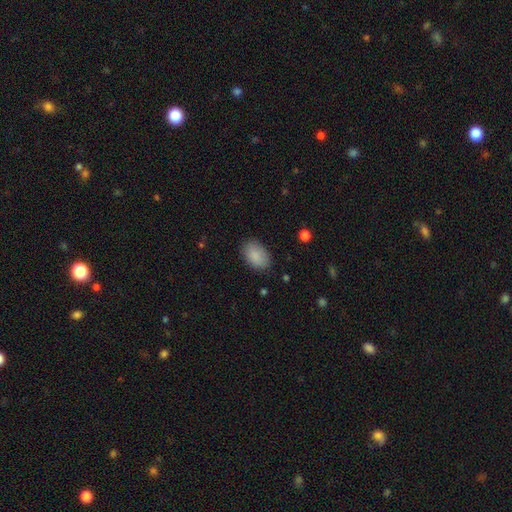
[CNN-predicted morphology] smooth-or-featured: smooth: 88% | star or artifact: 7% | featured or disk: 5%
  how-rounded: in between: 90% | round: 9% | cigar-shaped: 1%
  merging: none: 84% | minor disturbance: 12% | major disturbance: 3% | merger: 1%